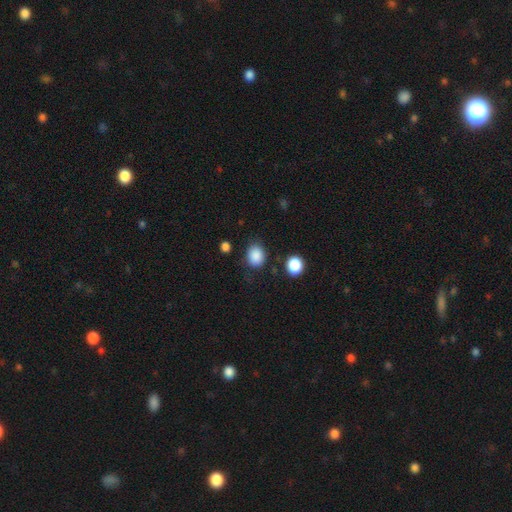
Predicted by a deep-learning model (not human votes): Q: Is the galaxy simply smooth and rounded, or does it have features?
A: smooth — 87%.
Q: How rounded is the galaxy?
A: round — 60%.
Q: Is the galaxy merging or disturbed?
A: none — 80%.